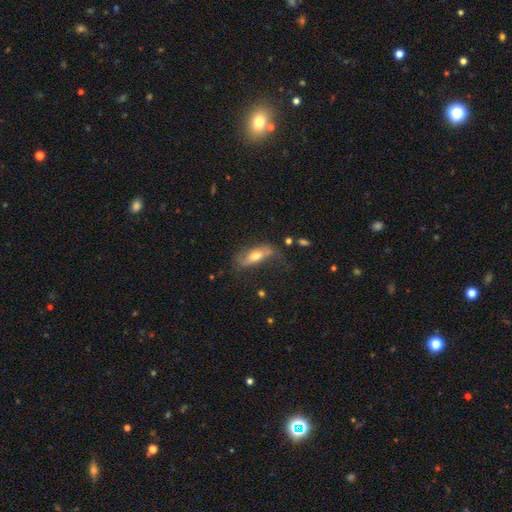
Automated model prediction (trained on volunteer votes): Smooth or featured?
  - featured or disk: 48% *
  - smooth: 45%
  - star or artifact: 7%
Merging?
  - none: 51% *
  - minor disturbance: 27%
  - major disturbance: 18%
  - merger: 3%